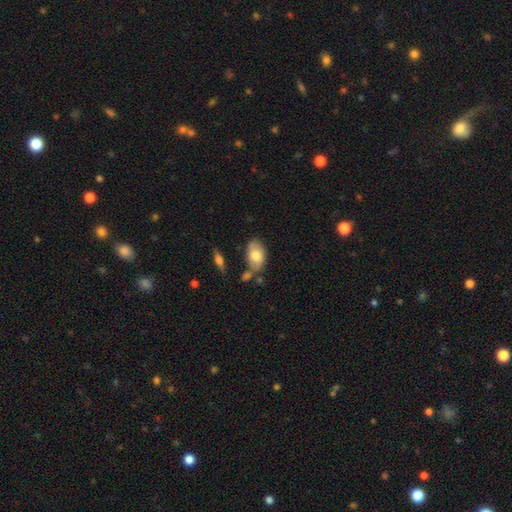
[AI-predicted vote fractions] Overall: smooth (72%). How rounded: in between (91%). Merging: none (58%; minor disturbance 22%).